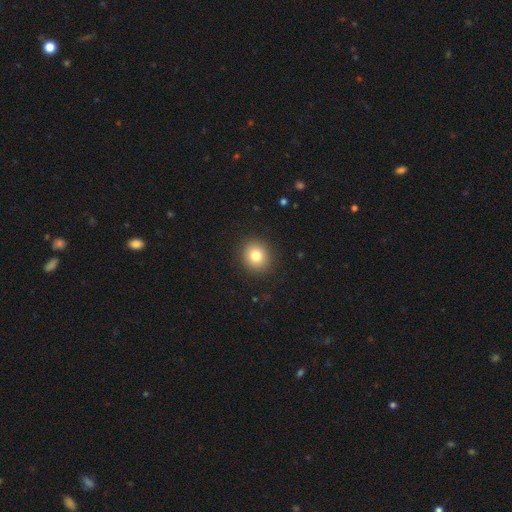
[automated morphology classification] type=smooth (81%); roundness=round (86%); merging=none (91%).